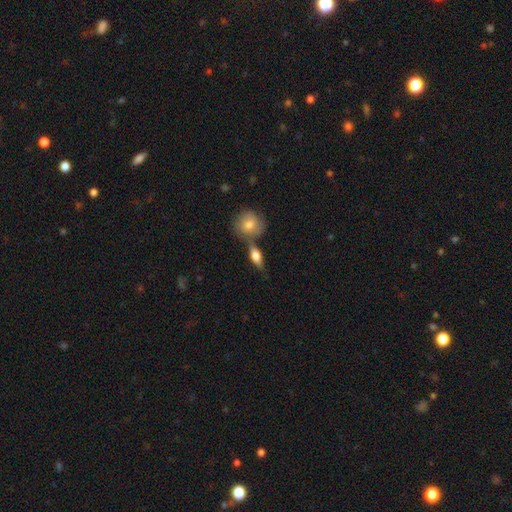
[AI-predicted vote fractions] This appears to be a smooth galaxy with no disk features (60%) that is in between round and cigar-shaped (61%). Merging: none (59%).